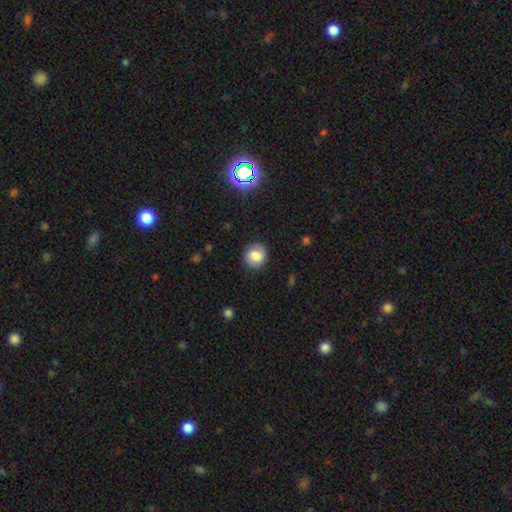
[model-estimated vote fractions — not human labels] Smooth or featured: smooth — 76% (featured or disk — 14%)
How rounded: round — 83% (in between — 16%)
Merging: none — 84% (minor disturbance — 11%)